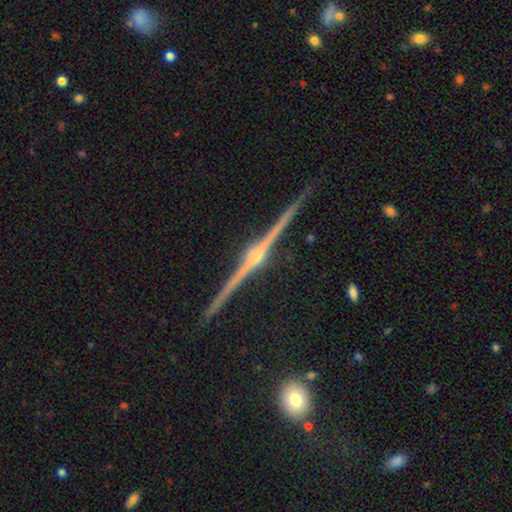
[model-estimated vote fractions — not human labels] Smooth or featured: featured or disk — 91% (star or artifact — 5%)
Edge-on disk: yes — 99% (no — 1%)
Edge-on bulge: rounded — 91% (boxy — 5%)
Merging: none — 92% (minor disturbance — 5%)